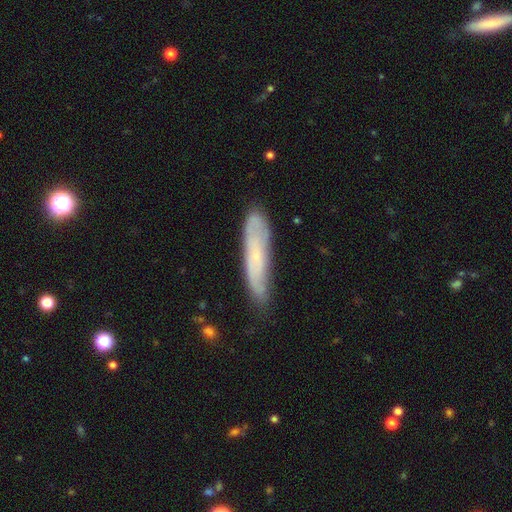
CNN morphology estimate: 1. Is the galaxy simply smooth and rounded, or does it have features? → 48% featured or disk, 44% smooth, 8% star or artifact.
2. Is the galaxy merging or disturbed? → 71% none, 22% minor disturbance, 4% major disturbance, 2% merger.